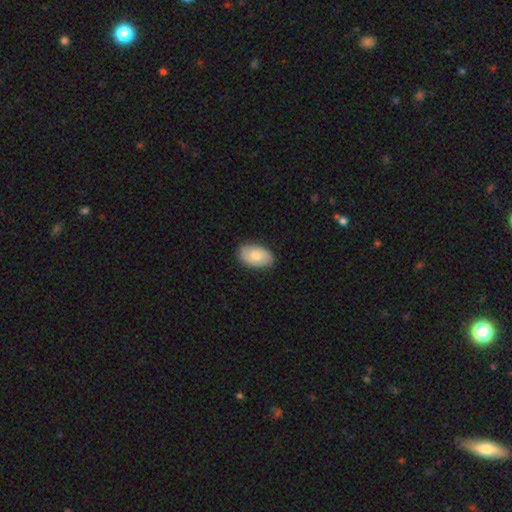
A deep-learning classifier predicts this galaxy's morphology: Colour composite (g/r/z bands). It shows a smooth galaxy with no disk features (69%) that is in between round and cigar-shaped (92%). Merging: none (84%).